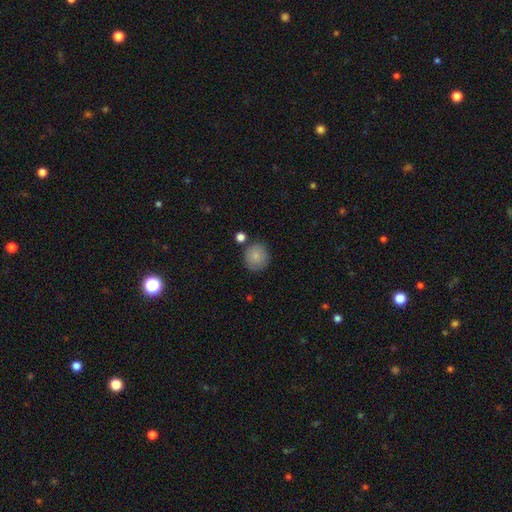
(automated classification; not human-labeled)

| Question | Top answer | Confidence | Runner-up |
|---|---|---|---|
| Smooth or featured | smooth | 86% | star or artifact (8%) |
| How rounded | round | 89% | in between (10%) |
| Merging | none | 80% | minor disturbance (11%) |